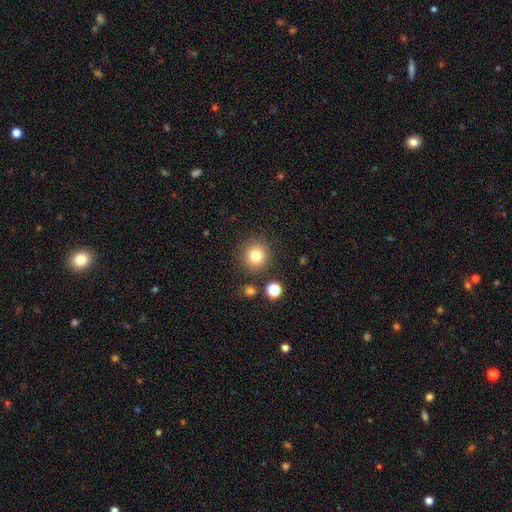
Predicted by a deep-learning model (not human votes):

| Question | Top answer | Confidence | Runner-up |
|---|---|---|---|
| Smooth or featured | smooth | 81% | star or artifact (12%) |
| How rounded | round | 92% | in between (7%) |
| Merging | none | 84% | minor disturbance (8%) |